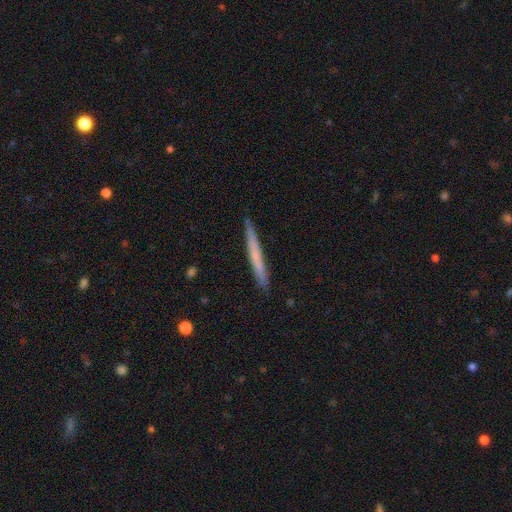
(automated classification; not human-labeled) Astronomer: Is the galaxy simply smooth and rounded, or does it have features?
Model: smooth — 58% (runner-up: featured or disk, 36%).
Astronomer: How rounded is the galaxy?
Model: cigar-shaped — 97%.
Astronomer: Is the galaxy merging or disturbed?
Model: none — 90%.